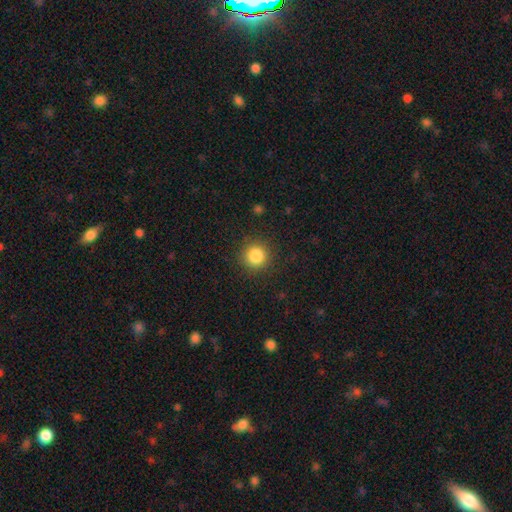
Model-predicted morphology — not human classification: Smooth or featured? smooth (85%)
How rounded? round (94%)
Merging? none (89%)